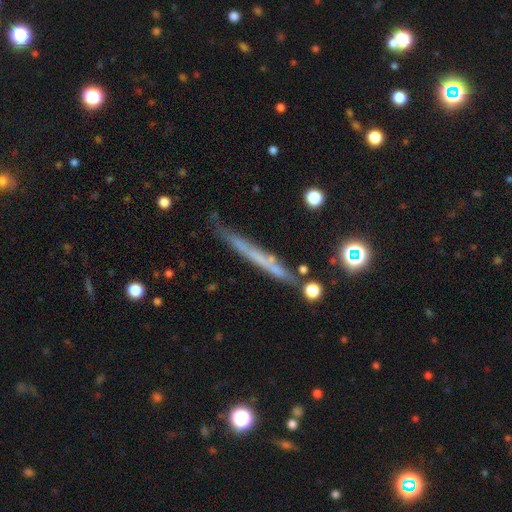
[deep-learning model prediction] smooth_or_featured: featured or disk (p=0.46) [alt: smooth p=0.44]
merging: none (p=0.77) [alt: minor disturbance p=0.16]